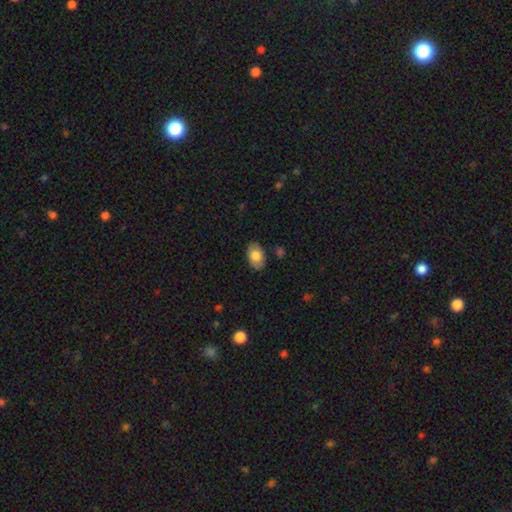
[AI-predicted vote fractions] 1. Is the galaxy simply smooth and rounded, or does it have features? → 76% smooth, 17% featured or disk, 7% star or artifact.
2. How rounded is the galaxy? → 91% in between, 8% round, 1% cigar-shaped.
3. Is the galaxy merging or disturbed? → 84% none, 12% minor disturbance, 2% major disturbance, 1% merger.